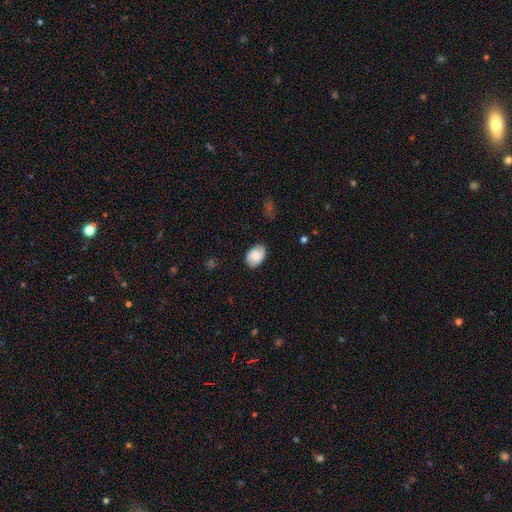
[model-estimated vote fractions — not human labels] smooth 74%, featured or disk 19%, star or artifact 7%. Down the decision tree: how rounded — in between (84%); merging — none (82%).